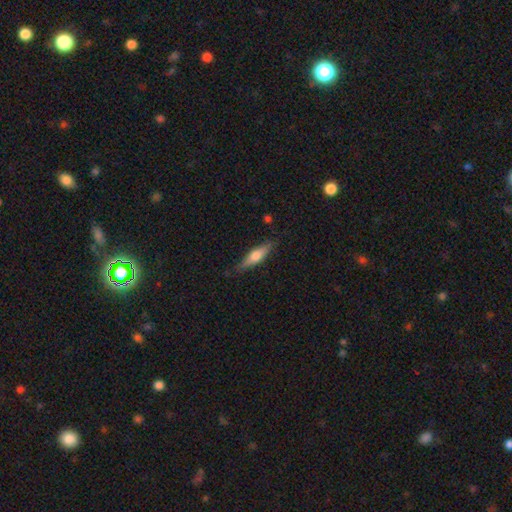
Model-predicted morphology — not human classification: smooth-or-featured: smooth: 50% | featured or disk: 44% | star or artifact: 6%
  how-rounded: cigar-shaped: 72% | in between: 26% | round: 2%
  merging: none: 81% | minor disturbance: 15% | major disturbance: 3% | merger: 1%